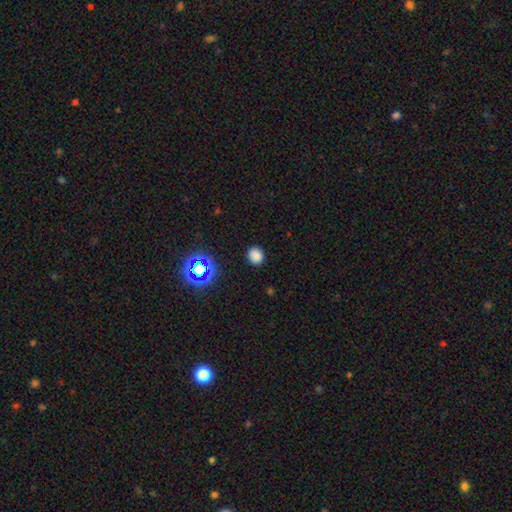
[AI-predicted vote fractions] Smooth or featured?
  - smooth: 77% *
  - star or artifact: 18%
  - featured or disk: 5%
How rounded?
  - round: 79% *
  - in between: 19%
  - cigar-shaped: 1%
Merging?
  - none: 87% *
  - minor disturbance: 9%
  - major disturbance: 3%
  - merger: 1%